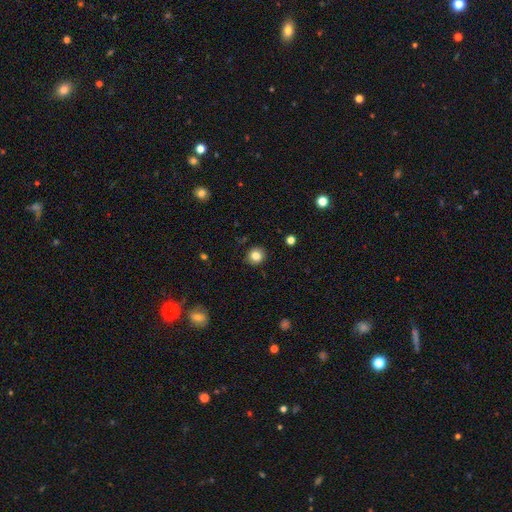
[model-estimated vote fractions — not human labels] A smooth galaxy with no disk features (82%) that is round (85%).

Vote fractions:
- Smooth or featured? smooth: 82% / star or artifact: 11% / featured or disk: 7%
- How rounded? round: 85% / in between: 14% / cigar-shaped: 1%
- Merging? none: 88% / minor disturbance: 9% / major disturbance: 2% / merger: 1%